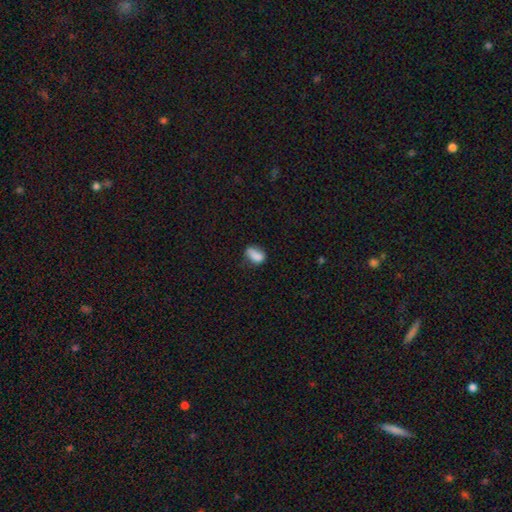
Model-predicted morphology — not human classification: Q: Smooth or featured?
A: smooth (83%); runner-up: star or artifact (9%)
Q: How rounded?
A: in between (83%); runner-up: round (14%)
Q: Merging?
A: none (51%); runner-up: minor disturbance (32%)